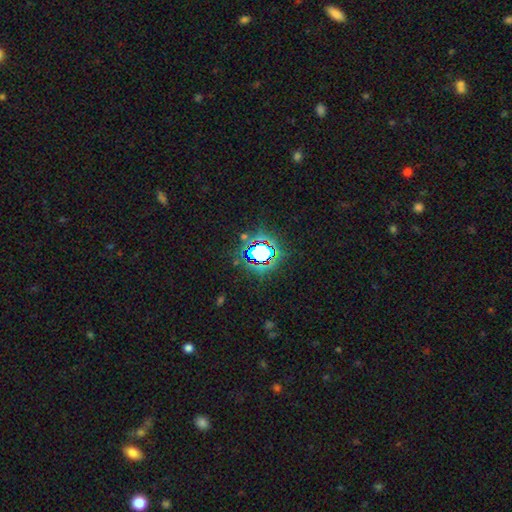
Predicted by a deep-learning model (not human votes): Morphology: type=star or artifact (70%).